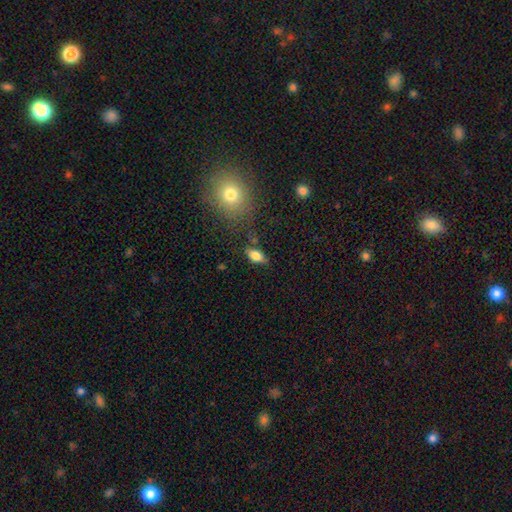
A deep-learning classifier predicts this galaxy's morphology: Smooth or featured: smooth — 75% (featured or disk — 16%)
How rounded: in between — 85% (cigar-shaped — 9%)
Merging: none — 74% (minor disturbance — 16%)